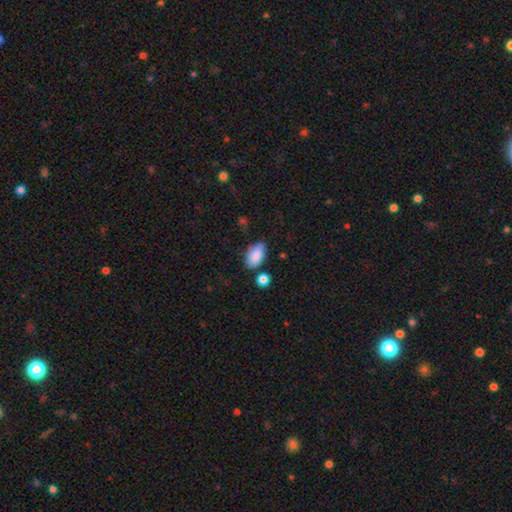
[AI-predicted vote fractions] A smooth galaxy with no disk features (87%) that is in between round and cigar-shaped (93%). Merging: none (67%).